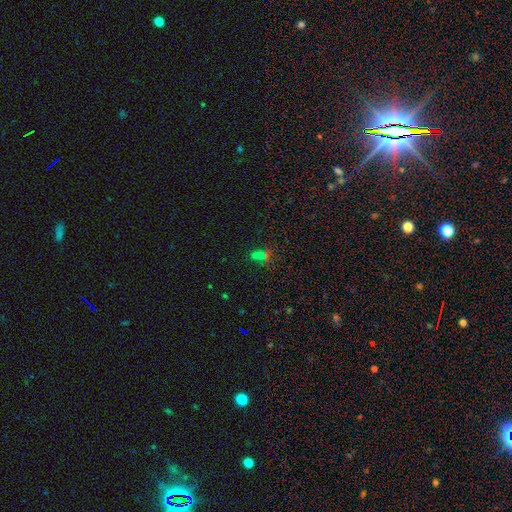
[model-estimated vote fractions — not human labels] Smooth or featured? star or artifact (46%)